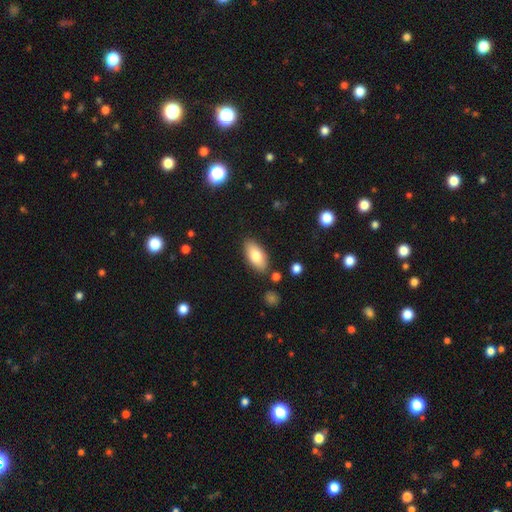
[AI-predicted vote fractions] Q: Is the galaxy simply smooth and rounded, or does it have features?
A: smooth — 79%.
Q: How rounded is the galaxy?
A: in between — 91%.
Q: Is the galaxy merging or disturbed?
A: none — 84%.